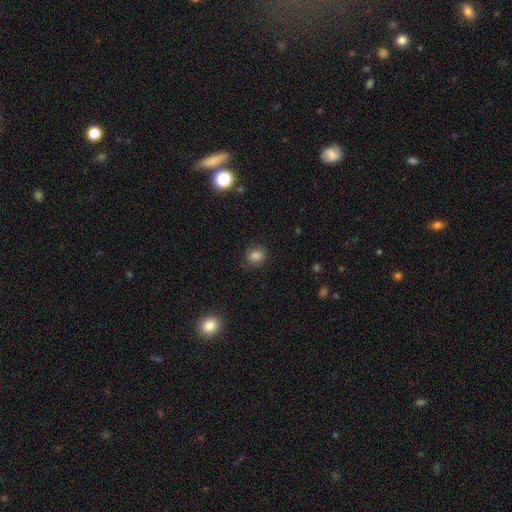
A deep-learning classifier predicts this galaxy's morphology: Q: Smooth or featured?
A: smooth (83%); runner-up: star or artifact (12%)
Q: How rounded?
A: round (53%); runner-up: in between (46%)
Q: Merging?
A: none (80%); runner-up: minor disturbance (15%)